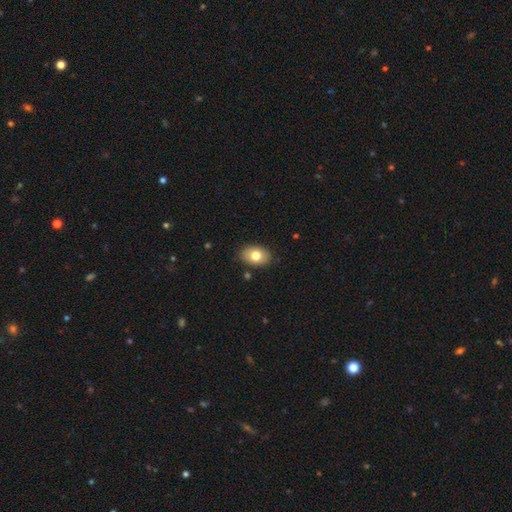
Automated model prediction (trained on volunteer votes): Smooth or featured? smooth (77%)
How rounded? in between (81%)
Merging? none (86%)